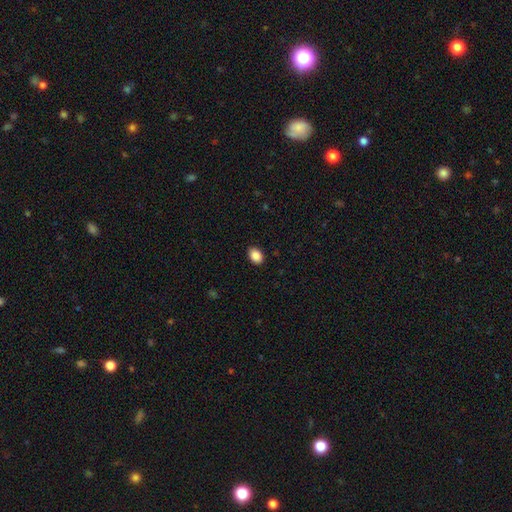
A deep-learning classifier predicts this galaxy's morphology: Smooth or featured? smooth (89%)
How rounded? in between (78%)
Merging? none (90%)